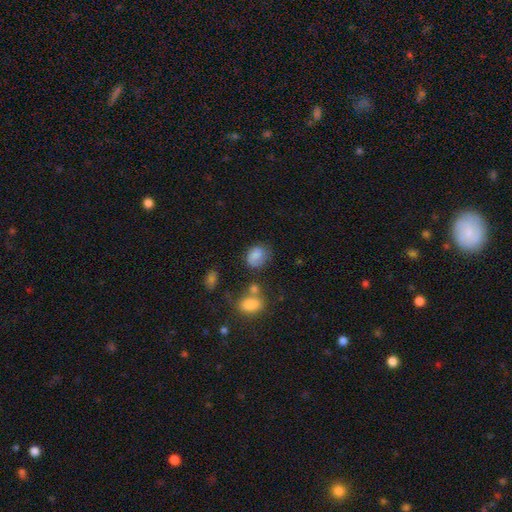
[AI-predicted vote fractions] Smooth or featured? Predicted: smooth (p=0.82). How rounded? Predicted: in between (p=0.65). Merging? Predicted: none (p=0.56).